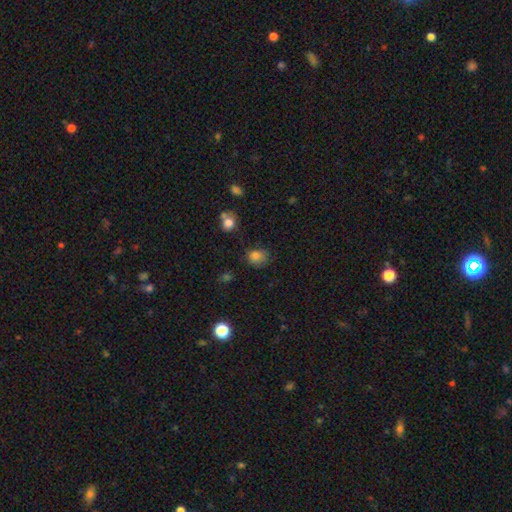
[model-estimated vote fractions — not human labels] Smooth or featured? Predicted: smooth (p=0.80). How rounded? Predicted: round (p=0.60). Merging? Predicted: none (p=0.67).